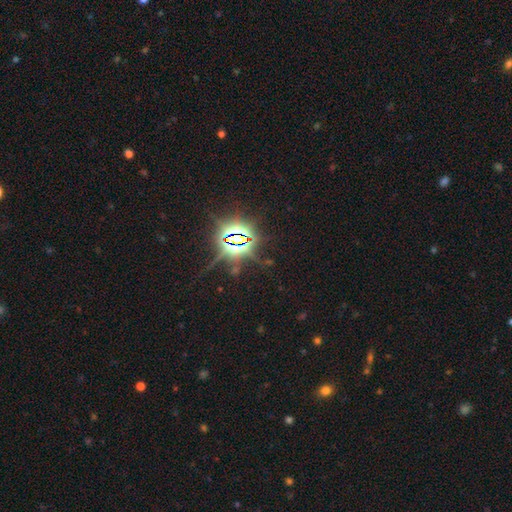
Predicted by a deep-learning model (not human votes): A star or artifact, not a galaxy (84%).

Vote fractions:
- Smooth or featured? star or artifact: 84% / smooth: 9% / featured or disk: 7%